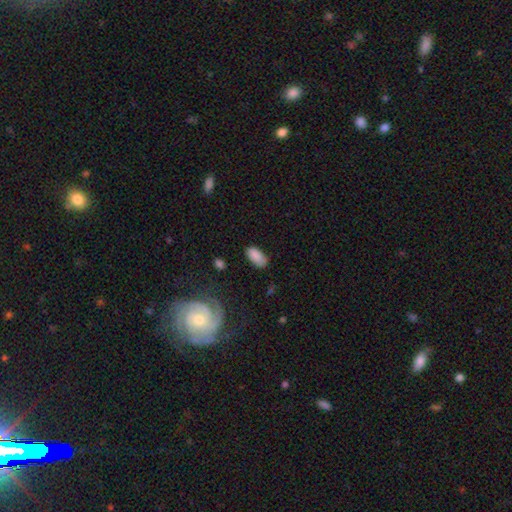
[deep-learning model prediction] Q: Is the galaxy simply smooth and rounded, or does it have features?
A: smooth — 86%.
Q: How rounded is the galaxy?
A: in between — 94%.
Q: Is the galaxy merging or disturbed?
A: none — 75%.